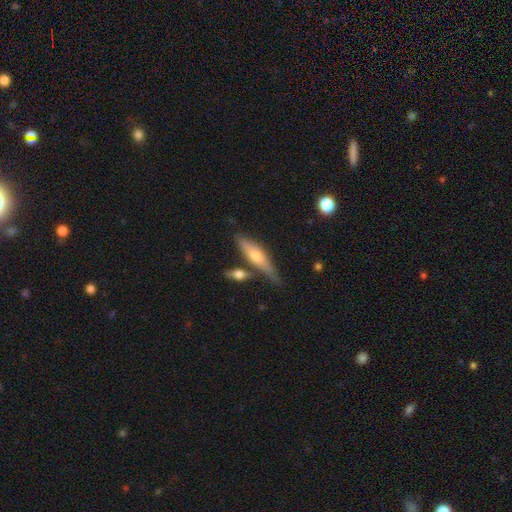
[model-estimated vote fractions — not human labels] Smooth or featured: featured or disk — 49% (smooth — 45%)
Merging: none — 62% (minor disturbance — 17%)